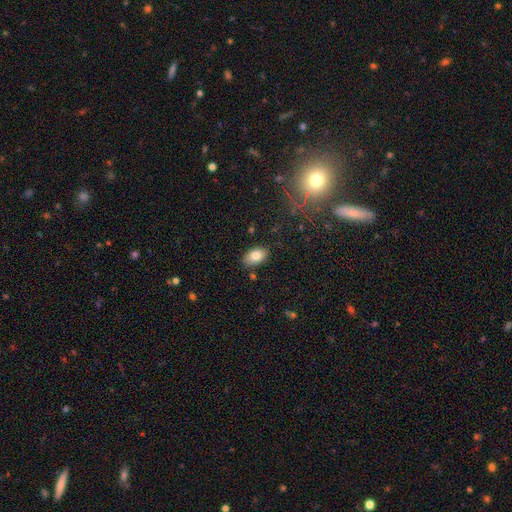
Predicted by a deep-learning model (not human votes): smooth 81%, featured or disk 11%, star or artifact 8%. Down the decision tree: how rounded — in between (92%); merging — none (83%).